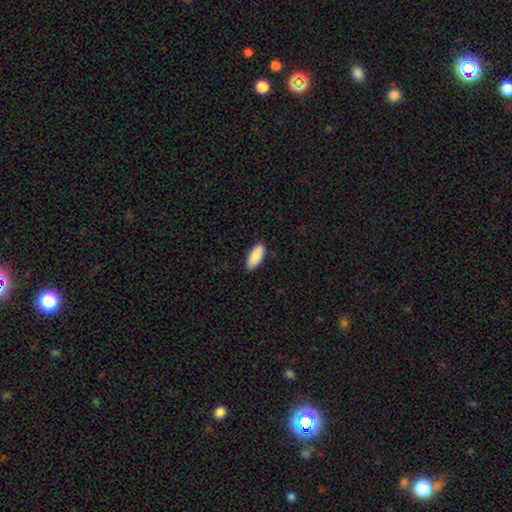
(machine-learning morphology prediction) This appears to be a smooth galaxy with no disk features (90%) that is in between round and cigar-shaped (89%). Merging: none (85%).